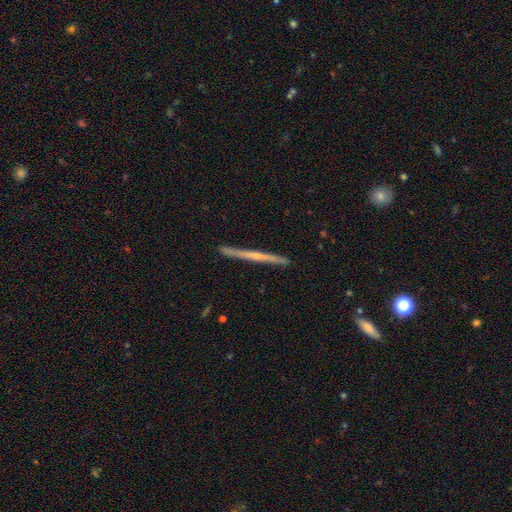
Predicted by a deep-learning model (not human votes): Overall: featured or disk (68%). Edge-on disk: yes (97%). Edge-on bulge: rounded (48%; none 45%). Merging: none (89%).